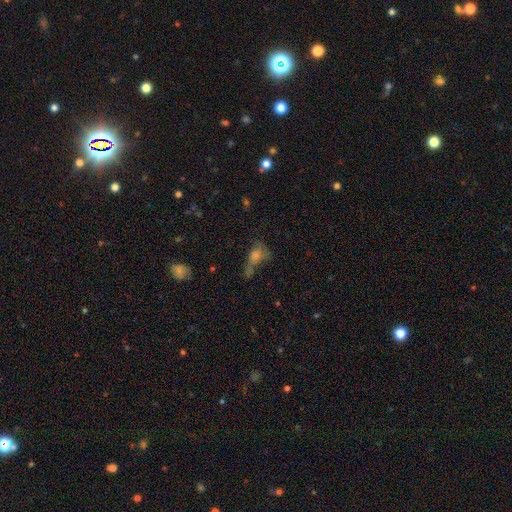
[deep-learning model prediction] smooth-or-featured: smooth: 46% | featured or disk: 28% | star or artifact: 26%
  merging: none: 32% | major disturbance: 31% | minor disturbance: 19% | merger: 18%